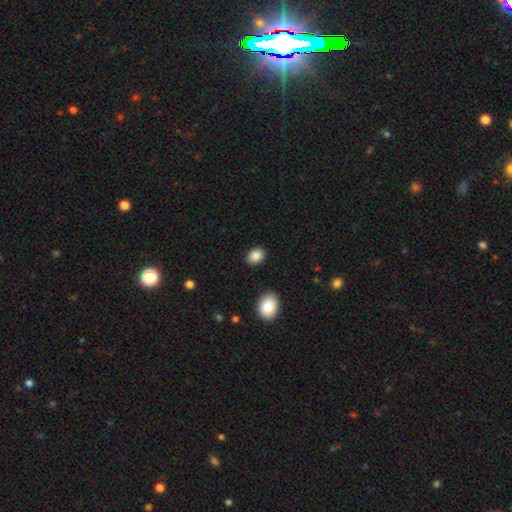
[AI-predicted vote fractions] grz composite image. It shows a smooth galaxy with no disk features (88%) that is in between round and cigar-shaped (68%). Merging: none (88%).